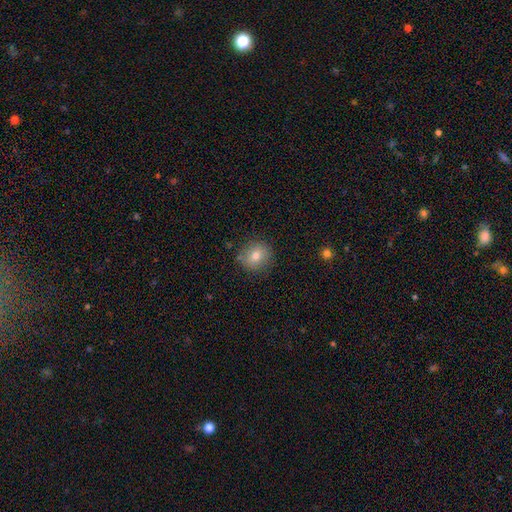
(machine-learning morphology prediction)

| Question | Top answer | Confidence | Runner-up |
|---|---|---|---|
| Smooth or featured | smooth | 76% | featured or disk (13%) |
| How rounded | round | 83% | in between (16%) |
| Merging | none | 85% | minor disturbance (10%) |